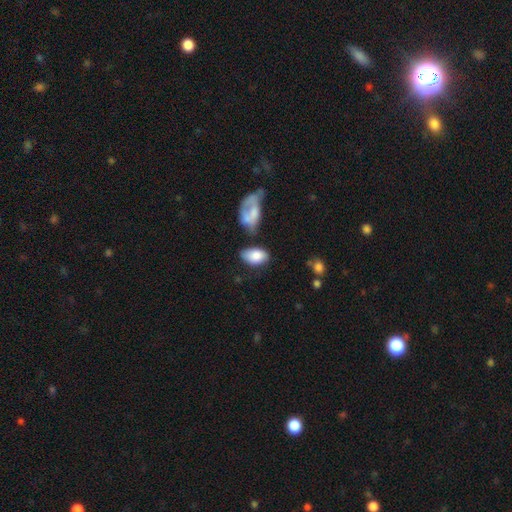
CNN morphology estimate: This appears to be a smooth galaxy with no disk features (83%) that is in between round and cigar-shaped (92%). Merging: none (50%).